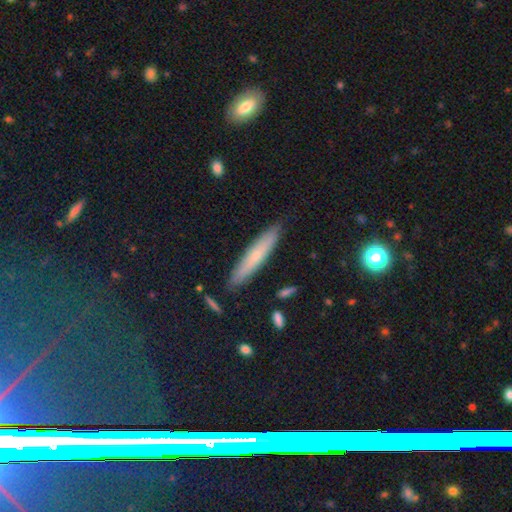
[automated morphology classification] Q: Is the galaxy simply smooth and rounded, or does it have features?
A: smooth — 59%.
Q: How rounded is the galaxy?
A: cigar-shaped — 90%.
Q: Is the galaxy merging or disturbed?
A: none — 87%.